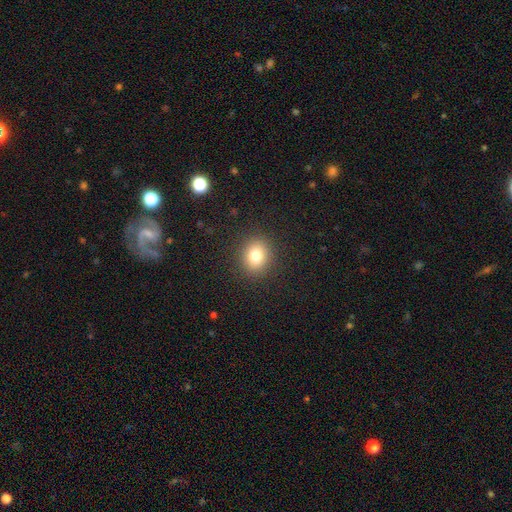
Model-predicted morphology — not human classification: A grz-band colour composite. It shows a smooth galaxy with no disk features (79%) that is round (70%). Merging: none (90%).